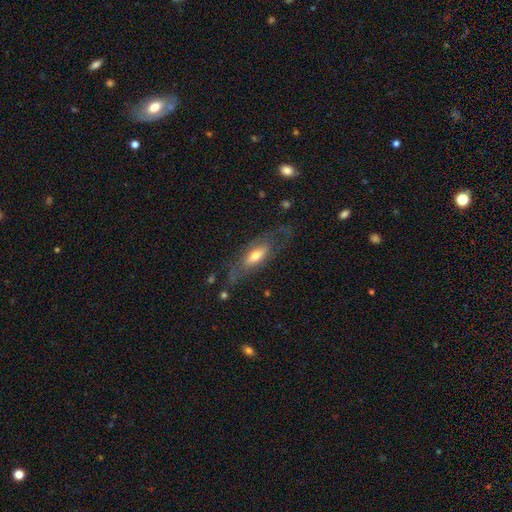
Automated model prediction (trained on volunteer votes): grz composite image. It shows a featured or disk galaxy (53%). Merging: none (61%).